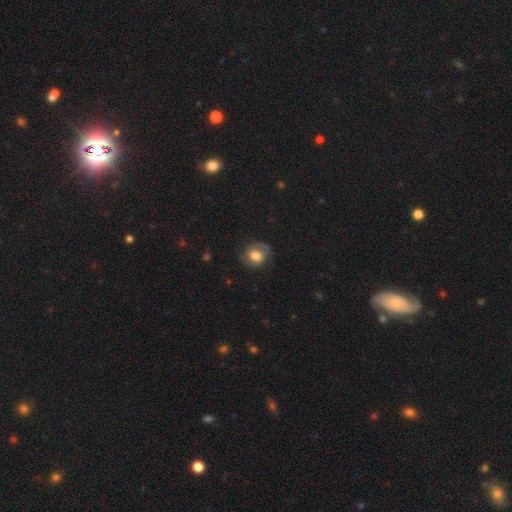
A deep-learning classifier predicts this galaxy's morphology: type=smooth (49%); merging=none (71%).